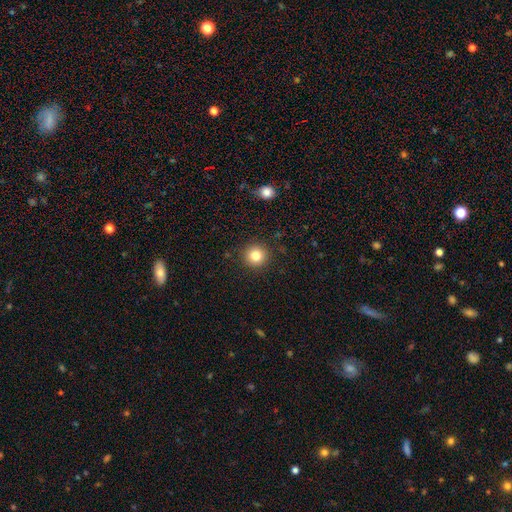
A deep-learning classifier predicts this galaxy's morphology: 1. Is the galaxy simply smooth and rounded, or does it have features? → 82% smooth, 11% star or artifact, 7% featured or disk.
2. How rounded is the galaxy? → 95% round, 4% in between, 1% cigar-shaped.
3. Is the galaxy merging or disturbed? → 91% none, 6% minor disturbance, 2% major disturbance, 1% merger.